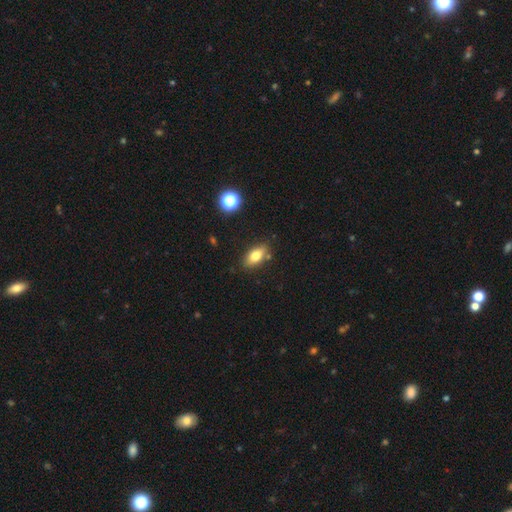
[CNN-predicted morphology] smooth 77%, featured or disk 14%, star or artifact 9%. Down the decision tree: how rounded — in between (86%); merging — none (82%).